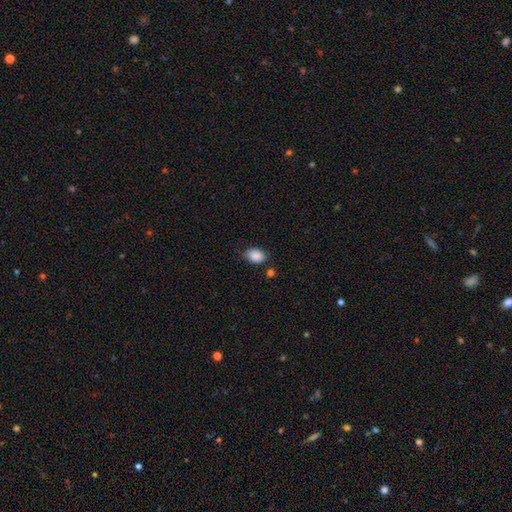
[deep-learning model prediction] smooth 88%, star or artifact 8%, featured or disk 4%. Down the decision tree: how rounded — in between (78%); merging — none (74%).